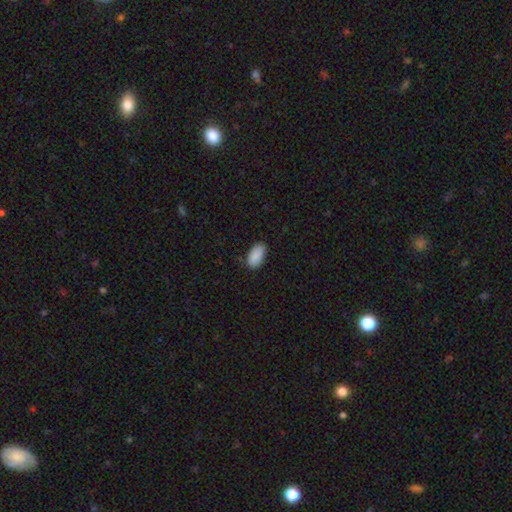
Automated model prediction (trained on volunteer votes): Smooth or featured: smooth — 90% (star or artifact — 7%)
How rounded: in between — 95% (cigar-shaped — 3%)
Merging: none — 84% (minor disturbance — 13%)